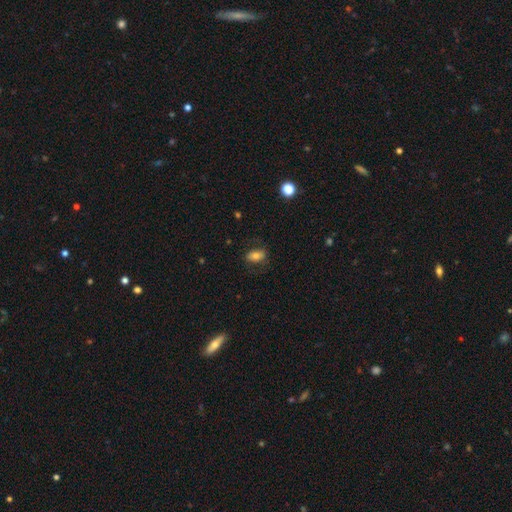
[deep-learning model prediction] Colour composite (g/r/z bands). It shows a smooth galaxy with no disk features (71%) that is in between round and cigar-shaped (86%). Merging: none (75%).